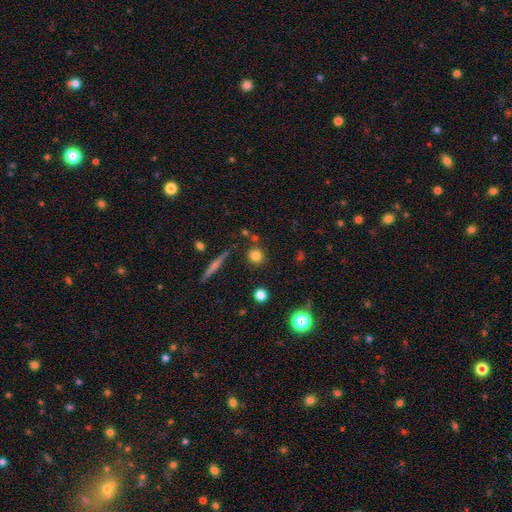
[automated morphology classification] Smooth or featured? smooth (79%)
How rounded? round (89%)
Merging? none (82%)